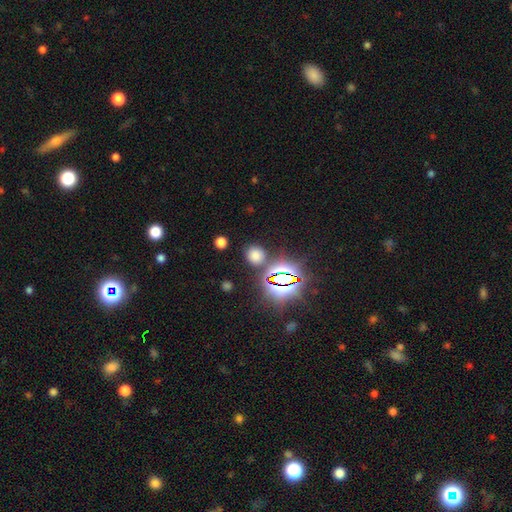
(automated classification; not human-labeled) A smooth galaxy with no disk features (64%) that is round (84%). Merging: none (83%).